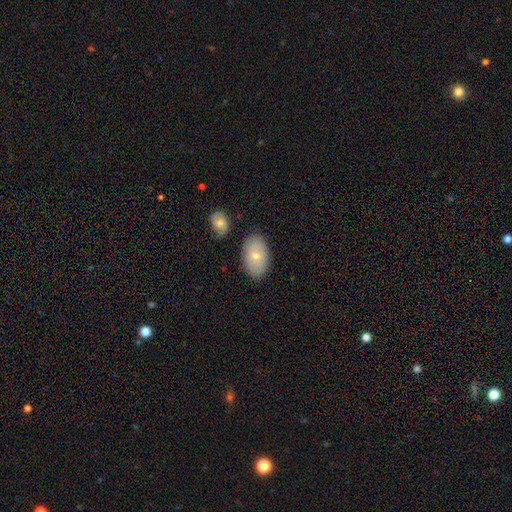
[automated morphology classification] Smooth or featured: smooth — 72% (featured or disk — 22%)
How rounded: in between — 93% (round — 6%)
Merging: none — 80% (minor disturbance — 13%)